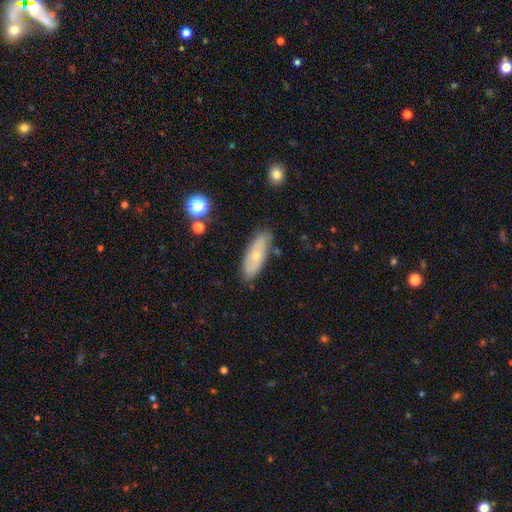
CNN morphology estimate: Smooth or featured? smooth (52%)
How rounded? in between (65%)
Merging? none (80%)